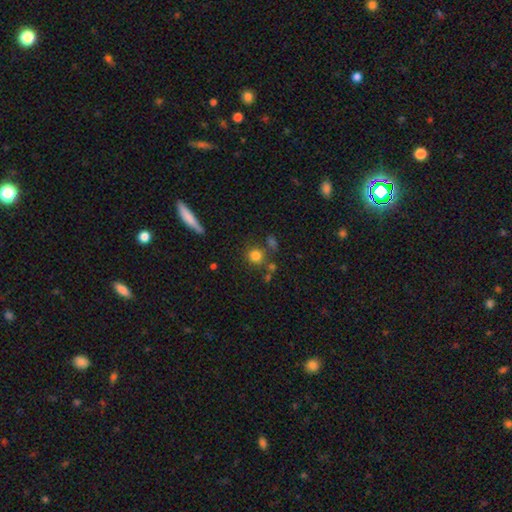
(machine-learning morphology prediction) smooth 79%, star or artifact 13%, featured or disk 8%. Down the decision tree: how rounded — round (89%); merging — none (72%).